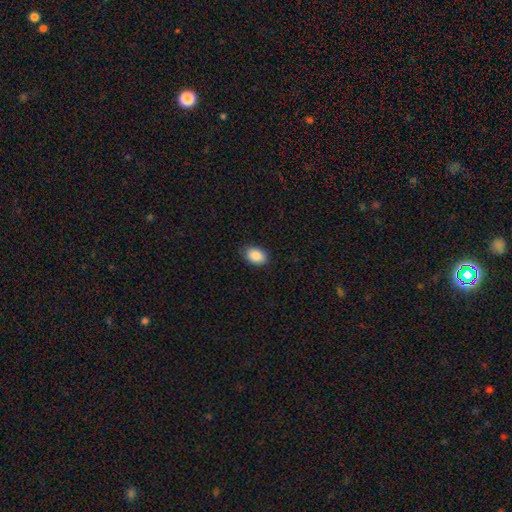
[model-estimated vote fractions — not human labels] Smooth or featured?
  - smooth: 89% *
  - star or artifact: 7%
  - featured or disk: 3%
How rounded?
  - in between: 82% *
  - round: 17%
  - cigar-shaped: 1%
Merging?
  - none: 86% *
  - minor disturbance: 11%
  - major disturbance: 2%
  - merger: 1%